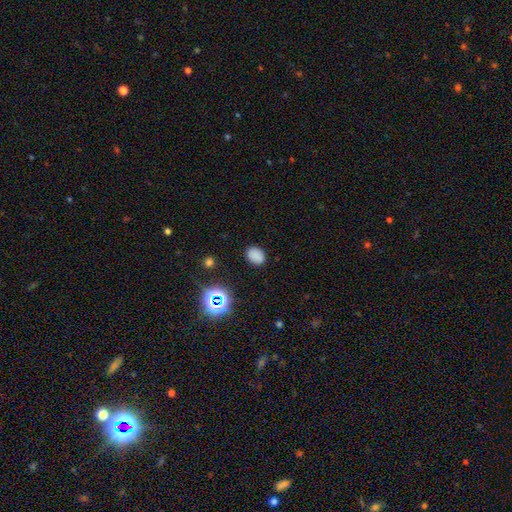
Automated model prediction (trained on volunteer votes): Smooth or featured? Predicted: smooth (p=0.79). How rounded? Predicted: in between (p=0.70). Merging? Predicted: none (p=0.85).